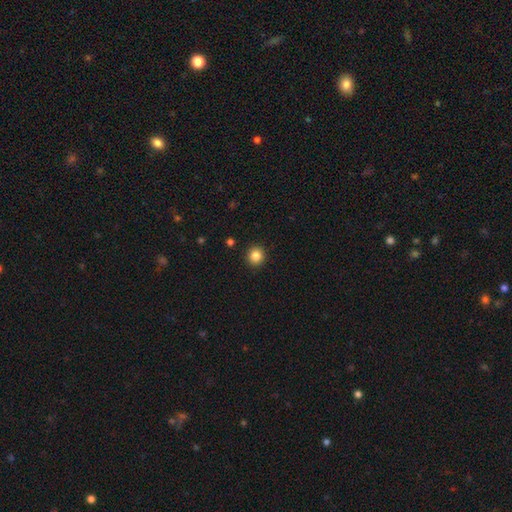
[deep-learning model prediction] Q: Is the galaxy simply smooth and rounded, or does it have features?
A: smooth — 85%.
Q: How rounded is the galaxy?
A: round — 93%.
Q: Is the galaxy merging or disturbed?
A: none — 92%.